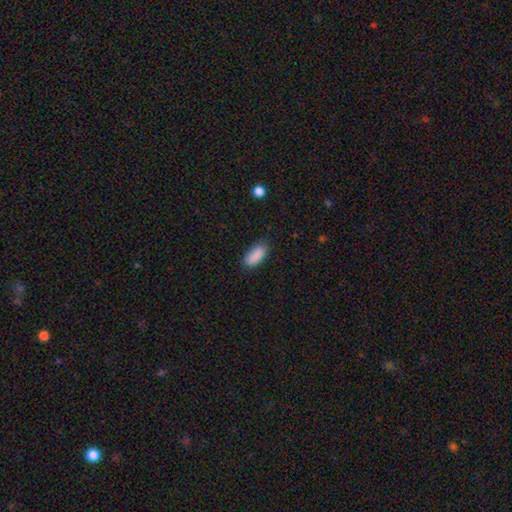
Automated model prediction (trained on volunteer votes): The model was most divided on "merging": none: 81%, minor disturbance: 15%, major disturbance: 3%, merger: 1%. More confident: smooth or featured — smooth (89%); how rounded — in between (85%).